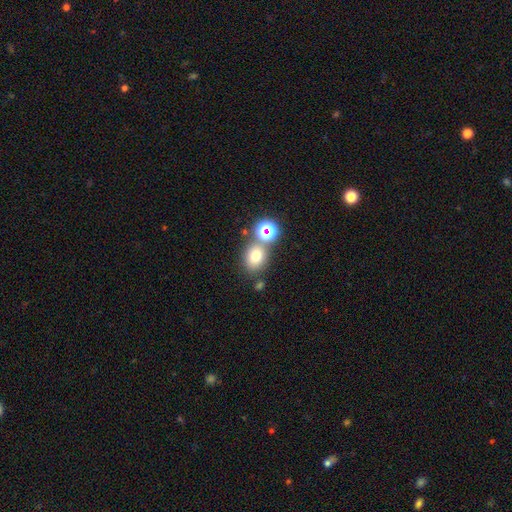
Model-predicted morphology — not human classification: This is likely a smooth galaxy (71%). How rounded: possibly round (57%). Merging: likely none (66%).